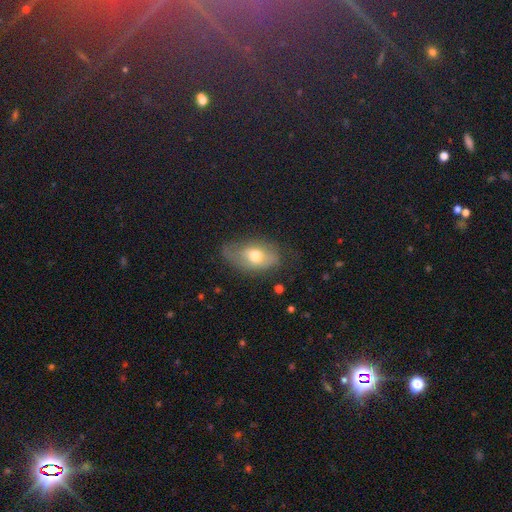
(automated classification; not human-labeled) A smooth galaxy with no disk features (61%) that is in between round and cigar-shaped (86%). Merging: none (47%).